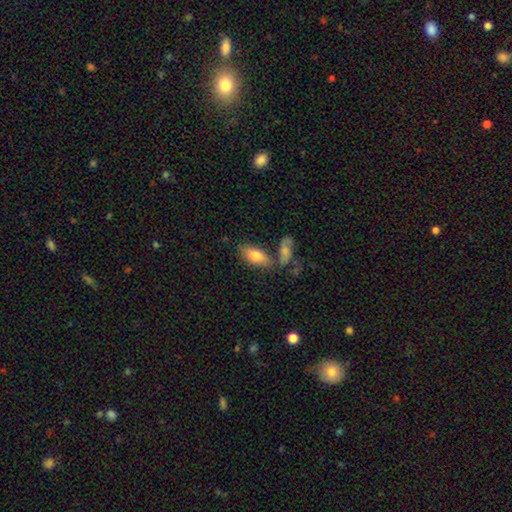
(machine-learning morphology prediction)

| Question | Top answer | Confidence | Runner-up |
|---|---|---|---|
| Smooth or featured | smooth | 76% | featured or disk (17%) |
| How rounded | in between | 85% | cigar-shaped (12%) |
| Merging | none | 64% | merger (17%) |